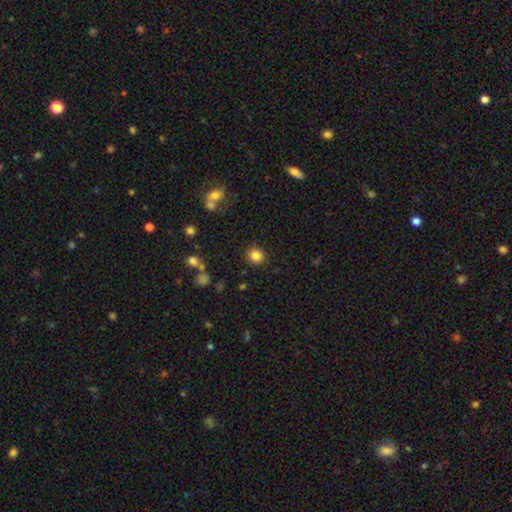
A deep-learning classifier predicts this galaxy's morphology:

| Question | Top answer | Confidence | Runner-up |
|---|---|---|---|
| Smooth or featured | smooth | 84% | star or artifact (11%) |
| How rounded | round | 88% | in between (11%) |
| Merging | none | 89% | minor disturbance (6%) |